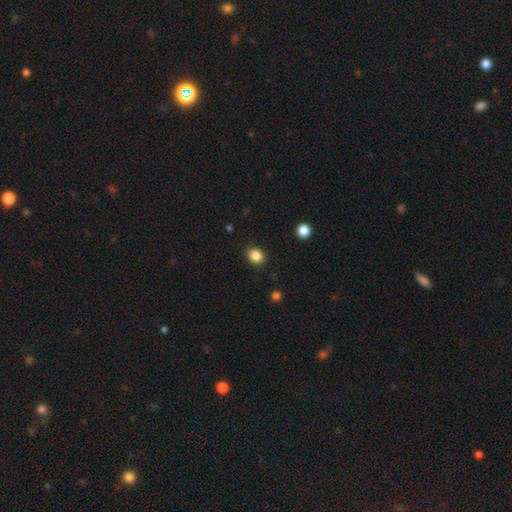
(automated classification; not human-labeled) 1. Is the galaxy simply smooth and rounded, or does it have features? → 86% smooth, 11% star or artifact, 3% featured or disk.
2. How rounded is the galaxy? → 64% round, 35% in between, 1% cigar-shaped.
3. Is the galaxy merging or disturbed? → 89% none, 8% minor disturbance, 2% major disturbance, 1% merger.